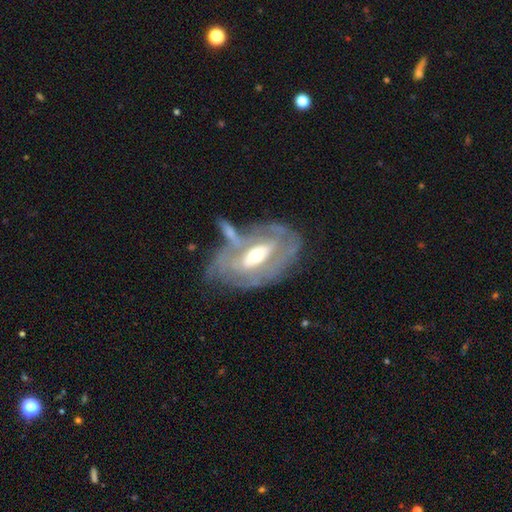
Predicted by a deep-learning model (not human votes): smooth_or_featured: featured or disk (p=0.79) [alt: smooth p=0.15]
disk_edge_on: no (p=0.91) [alt: yes p=0.09]
bar: weak (p=0.39) [alt: no p=0.34]
has_spiral_arms: yes (p=0.68) [alt: no p=0.32]
bulge_size: moderate (p=0.64) [alt: small p=0.26]
merging: none (p=0.45) [alt: minor disturbance p=0.21]